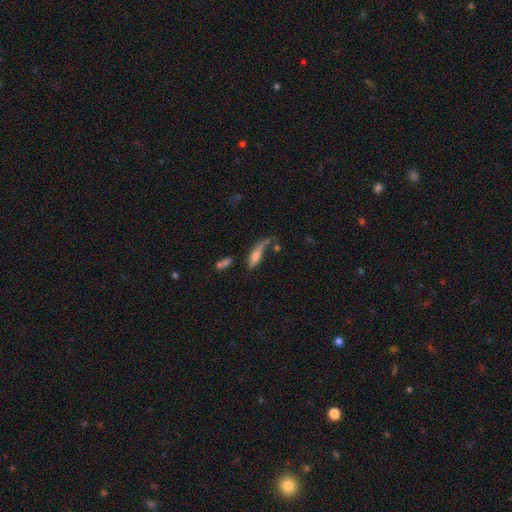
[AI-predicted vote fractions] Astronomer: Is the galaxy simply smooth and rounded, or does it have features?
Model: smooth — 59%.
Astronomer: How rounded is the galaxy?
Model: cigar-shaped — 55% (runner-up: in between, 42%).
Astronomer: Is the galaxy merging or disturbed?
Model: none — 39% (runner-up: minor disturbance, 26%).